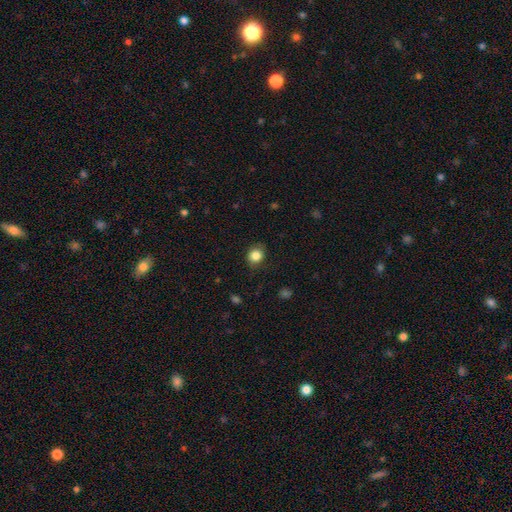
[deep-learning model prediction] Smooth or featured? Predicted: smooth (p=0.84). How rounded? Predicted: round (p=0.67). Merging? Predicted: none (p=0.79).